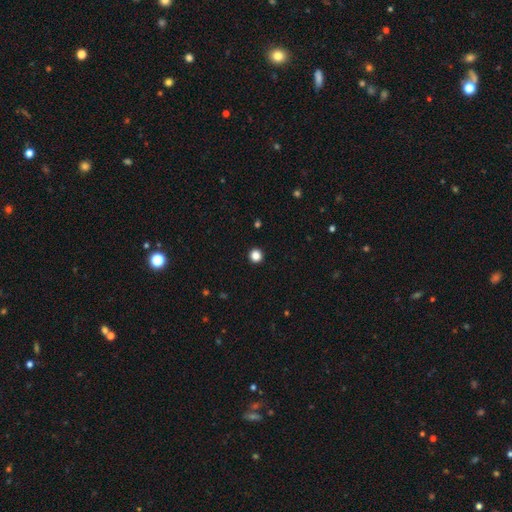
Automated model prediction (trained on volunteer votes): Q: Smooth or featured?
A: smooth (85%); runner-up: star or artifact (12%)
Q: How rounded?
A: round (95%); runner-up: in between (4%)
Q: Merging?
A: none (94%); runner-up: minor disturbance (4%)